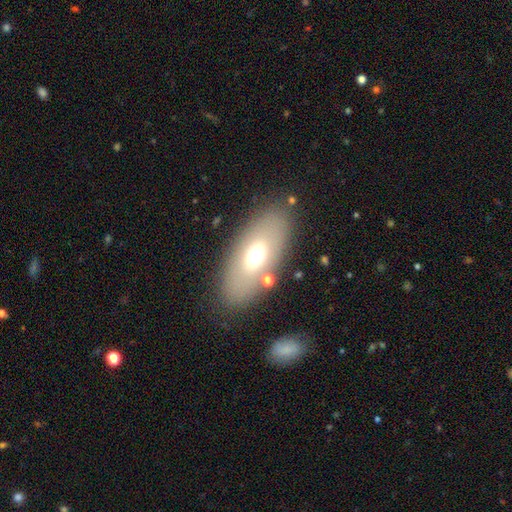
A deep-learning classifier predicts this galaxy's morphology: smooth_or_featured: smooth (p=0.61) [alt: featured or disk p=0.28]
how_rounded: in between (p=0.87) [alt: round p=0.07]
merging: none (p=0.80) [alt: minor disturbance p=0.10]